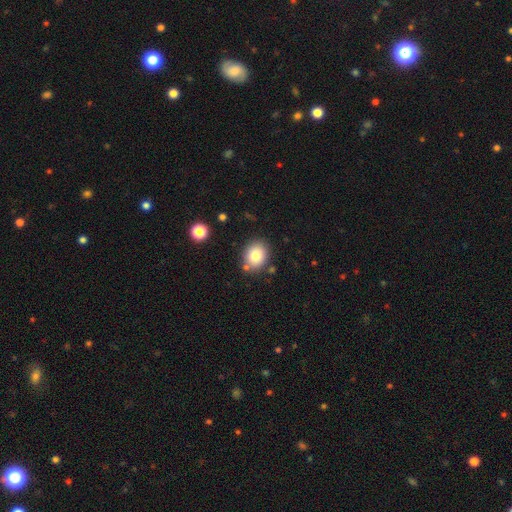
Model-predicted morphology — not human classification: smooth-or-featured: smooth: 81% | star or artifact: 10% | featured or disk: 9%
  how-rounded: round: 55% | in between: 44% | cigar-shaped: 1%
  merging: none: 80% | minor disturbance: 11% | merger: 6% | major disturbance: 3%